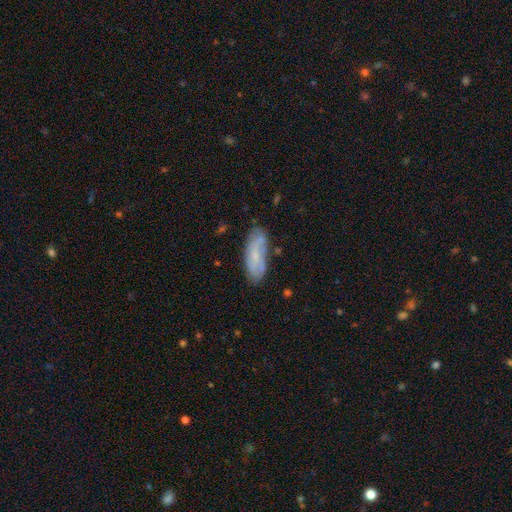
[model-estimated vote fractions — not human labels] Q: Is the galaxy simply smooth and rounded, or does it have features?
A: featured or disk — 48%.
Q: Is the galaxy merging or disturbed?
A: none — 68%.